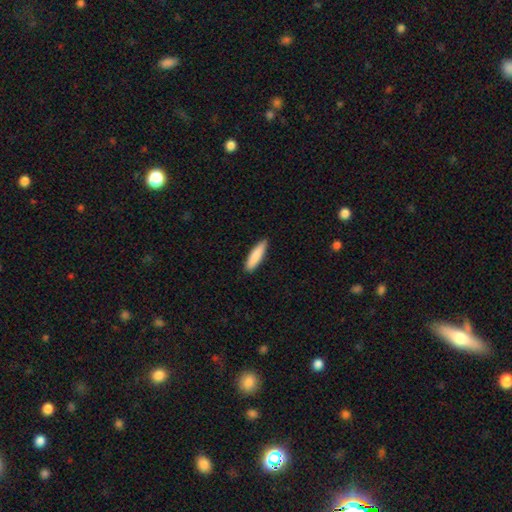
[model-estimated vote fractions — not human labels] smooth 87%, featured or disk 8%, star or artifact 5%. Down the decision tree: how rounded — cigar-shaped (75%); merging — none (88%).